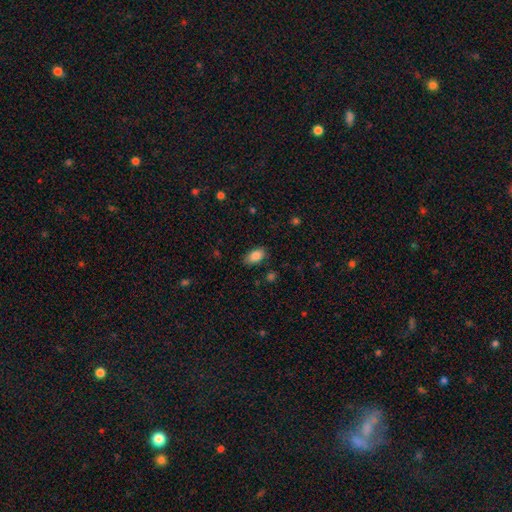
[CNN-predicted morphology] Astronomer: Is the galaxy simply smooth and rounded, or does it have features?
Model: smooth — 86%.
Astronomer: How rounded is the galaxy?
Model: in between — 92%.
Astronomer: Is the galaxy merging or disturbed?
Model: none — 82%.